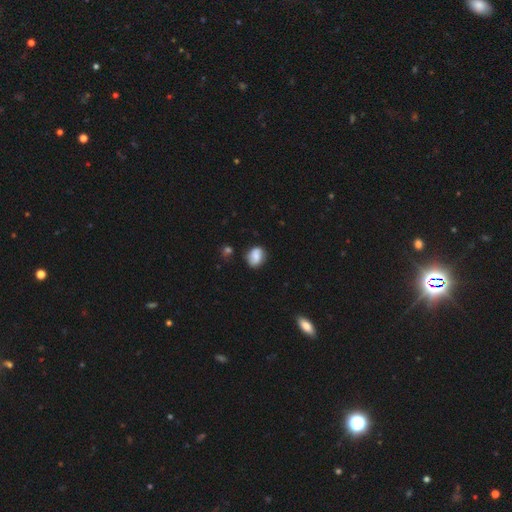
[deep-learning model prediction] A smooth galaxy with no disk features (73%) that is in between round and cigar-shaped (56%).

Vote fractions:
- Smooth or featured? smooth: 73% / featured or disk: 18% / star or artifact: 9%
- How rounded? in between: 56% / round: 42% / cigar-shaped: 1%
- Merging? none: 70% / minor disturbance: 21% / major disturbance: 5% / merger: 4%